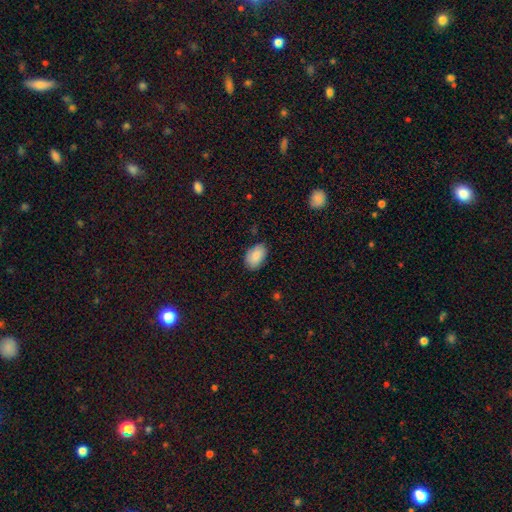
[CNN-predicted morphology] Overall: smooth (86%). How rounded: in between (90%). Merging: none (81%).